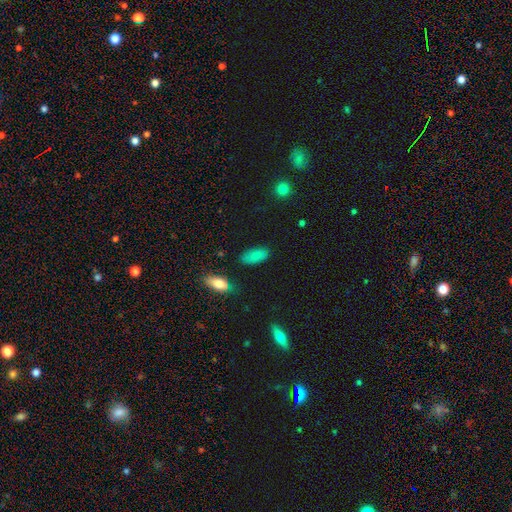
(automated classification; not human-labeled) A smooth galaxy with no disk features (84%) that is in between round and cigar-shaped (91%). Merging: none (80%).